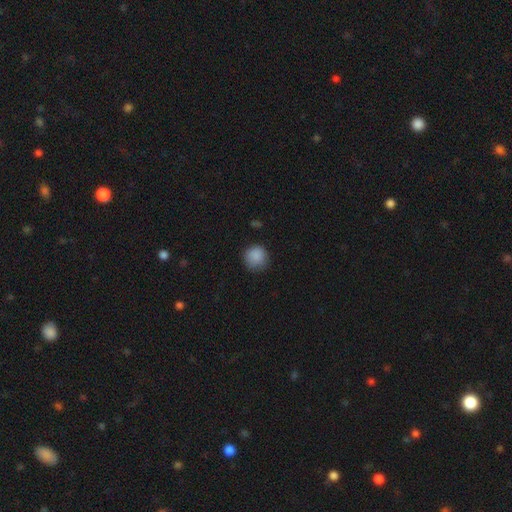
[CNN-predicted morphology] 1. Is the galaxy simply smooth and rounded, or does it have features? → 87% smooth, 9% star or artifact, 4% featured or disk.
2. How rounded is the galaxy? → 91% round, 8% in between, 1% cigar-shaped.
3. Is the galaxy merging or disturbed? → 81% none, 15% minor disturbance, 3% major disturbance, 1% merger.